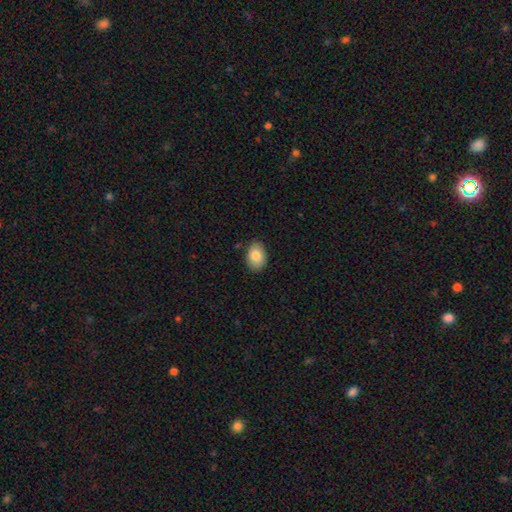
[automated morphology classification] Smooth or featured? Predicted: smooth (p=0.83). How rounded? Predicted: in between (p=0.83). Merging? Predicted: none (p=0.86).